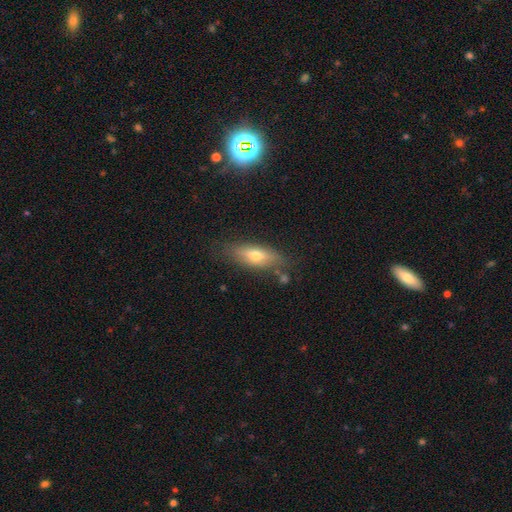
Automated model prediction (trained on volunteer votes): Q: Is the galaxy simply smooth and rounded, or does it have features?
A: smooth — 57%.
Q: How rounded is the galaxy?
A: in between — 58%.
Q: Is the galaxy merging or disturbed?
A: none — 77%.